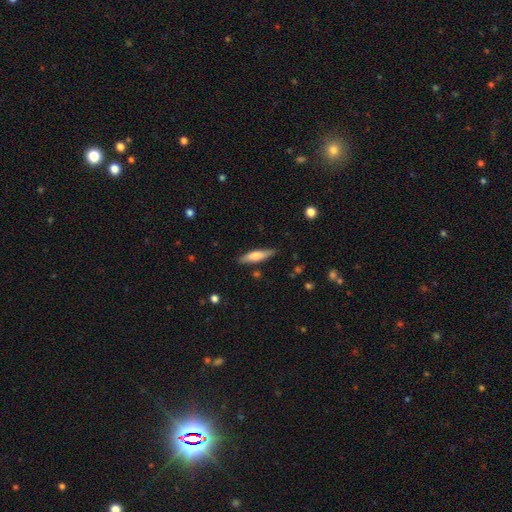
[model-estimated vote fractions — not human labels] A smooth galaxy with no disk features (64%) that is cigar-shaped (77%). Merging: none (84%).